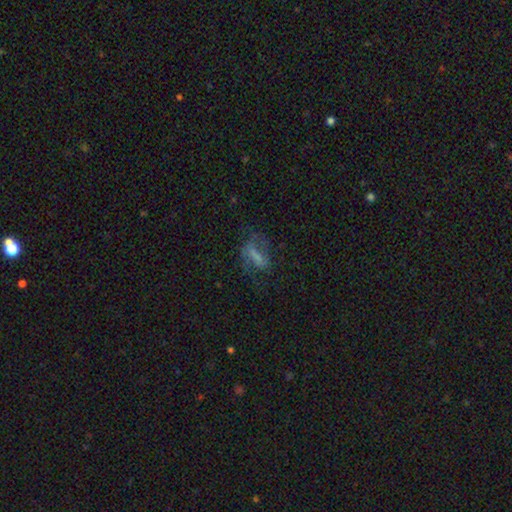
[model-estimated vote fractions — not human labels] This is possibly a featured or disk galaxy (52%). It is clearly not viewed edge-on (92%). Merging: possibly none (47%).